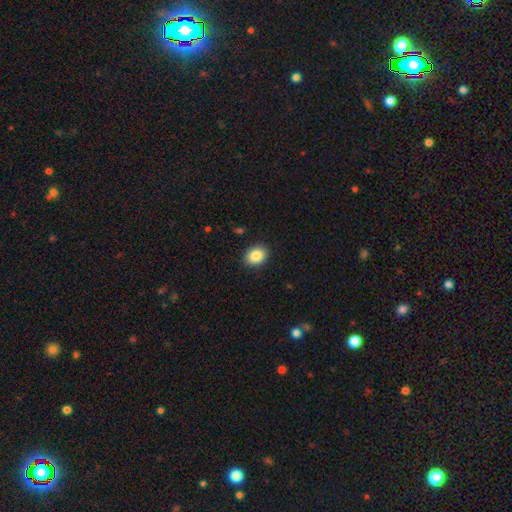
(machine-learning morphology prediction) Overall: smooth (87%). How rounded: in between (50%; round 49%). Merging: none (90%).